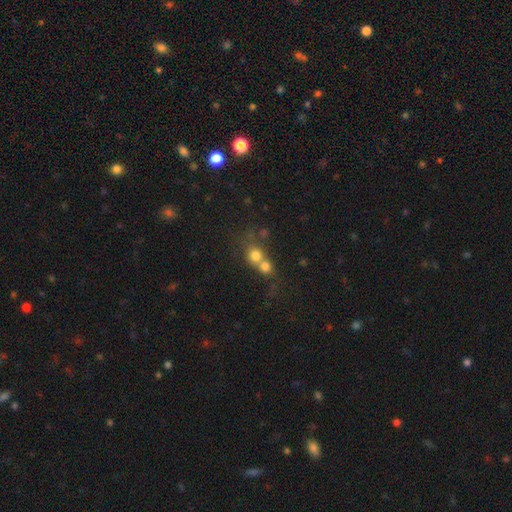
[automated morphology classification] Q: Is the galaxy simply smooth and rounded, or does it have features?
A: smooth — 72%.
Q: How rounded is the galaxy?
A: round — 82%.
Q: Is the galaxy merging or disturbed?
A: merger — 62%.